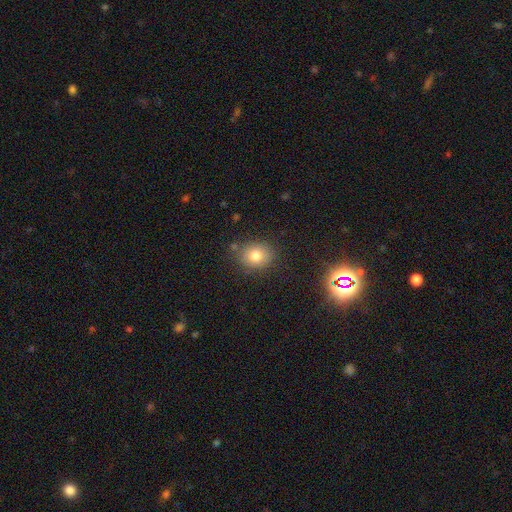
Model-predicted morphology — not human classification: The model was most divided on "how rounded": round: 65%, in between: 34%, cigar-shaped: 1%. More confident: merging — none (82%); smooth or featured — smooth (78%).